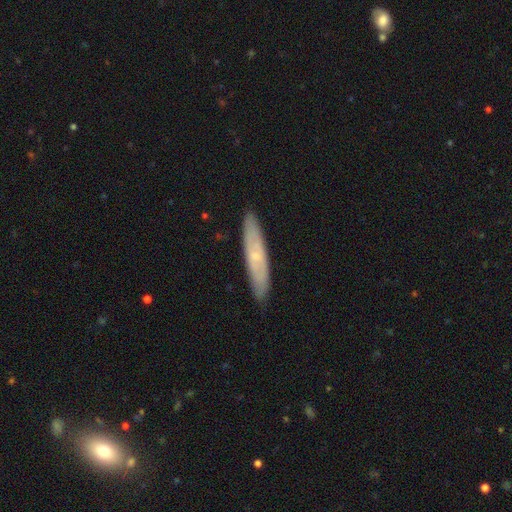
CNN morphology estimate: This appears to be a featured or disk galaxy (47%). Merging: none (88%).